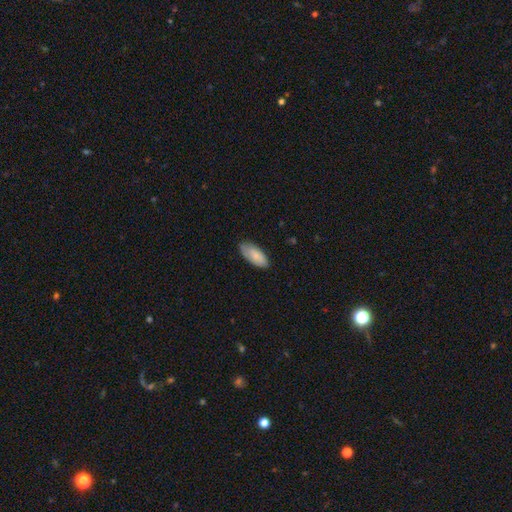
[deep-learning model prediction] This is clearly a smooth galaxy (83%). How rounded: clearly in between (86%). Merging: likely none (77%).